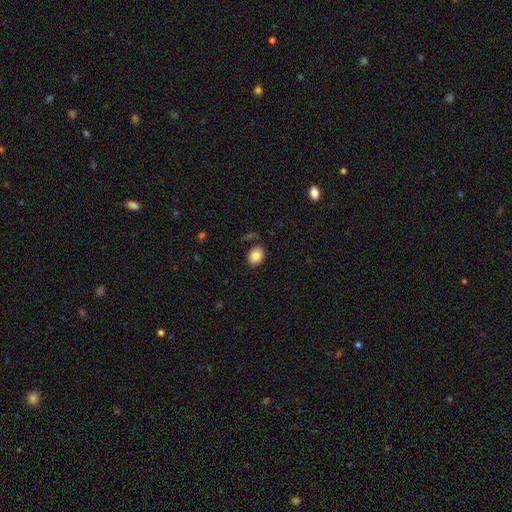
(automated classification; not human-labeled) The model was most divided on "how rounded": in between: 51%, round: 49%, cigar-shaped: 1%. More confident: smooth or featured — smooth (85%); merging — none (80%).